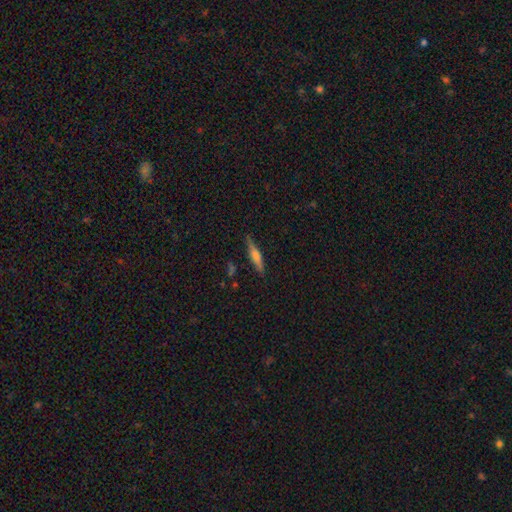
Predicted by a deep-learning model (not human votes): This is possibly a featured or disk galaxy (53%). It is clearly viewed edge-on (96%). Edge-on bulge: likely rounded (78%). Merging: clearly none (86%).